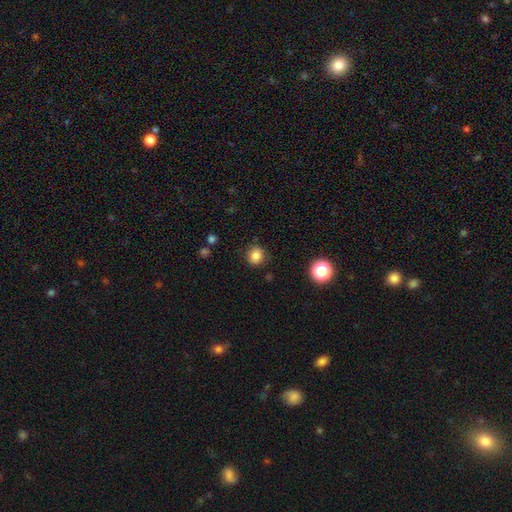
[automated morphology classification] This is clearly a smooth galaxy (84%). How rounded: likely round (80%). Merging: clearly none (87%).